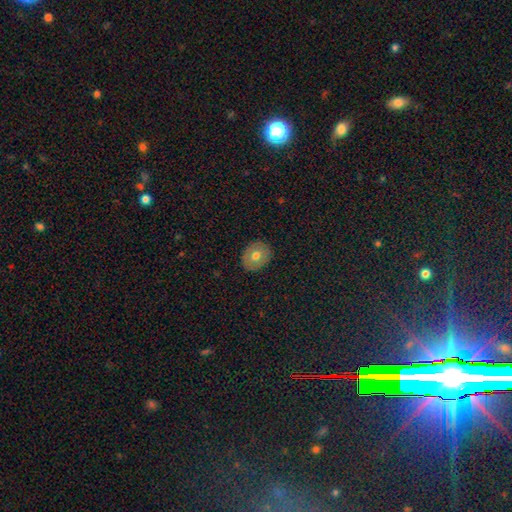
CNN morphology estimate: This appears to be a smooth galaxy with no disk features (66%) that is round (58%). Merging: none (88%).